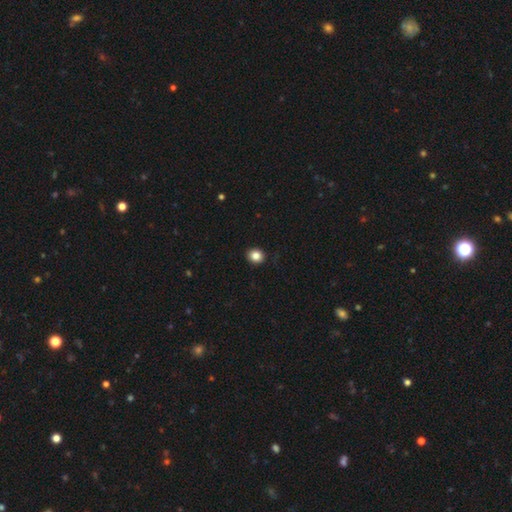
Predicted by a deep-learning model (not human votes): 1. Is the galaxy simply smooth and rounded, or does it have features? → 85% smooth, 10% star or artifact, 5% featured or disk.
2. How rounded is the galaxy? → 77% round, 22% in between, 1% cigar-shaped.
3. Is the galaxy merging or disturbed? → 91% none, 6% minor disturbance, 2% major disturbance, 1% merger.